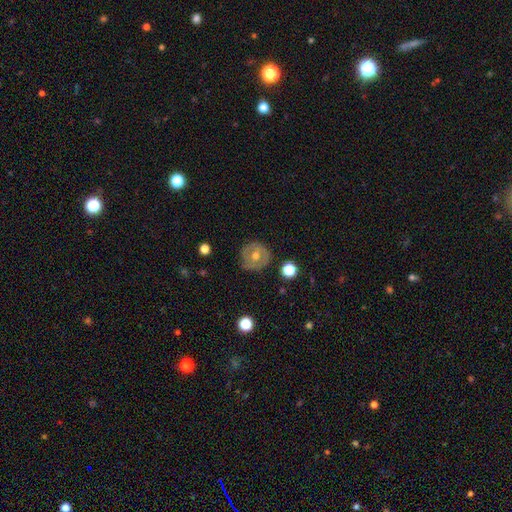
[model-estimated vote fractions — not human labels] This appears to be a featured or disk galaxy (53%) with no bar (80%), no spiral arms (62%) and a moderate central bulge (72%). Merging: none (79%).